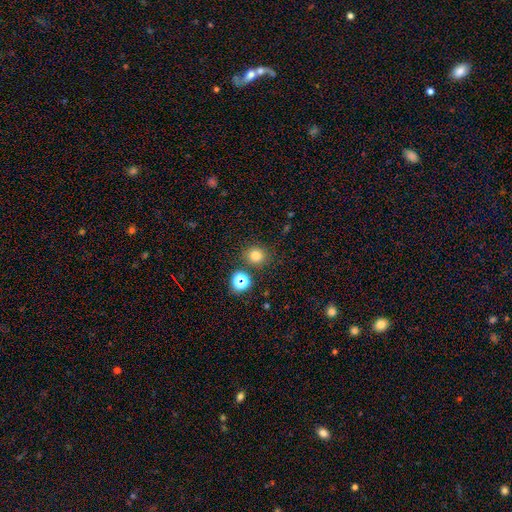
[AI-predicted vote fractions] Overall: smooth (75%). How rounded: round (88%). Merging: none (82%).